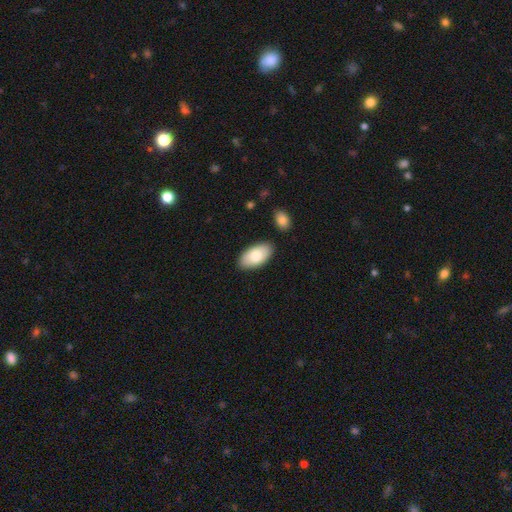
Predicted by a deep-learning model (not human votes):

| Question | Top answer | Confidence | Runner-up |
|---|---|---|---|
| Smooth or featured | smooth | 80% | featured or disk (15%) |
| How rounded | in between | 95% | round (2%) |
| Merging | none | 85% | minor disturbance (10%) |